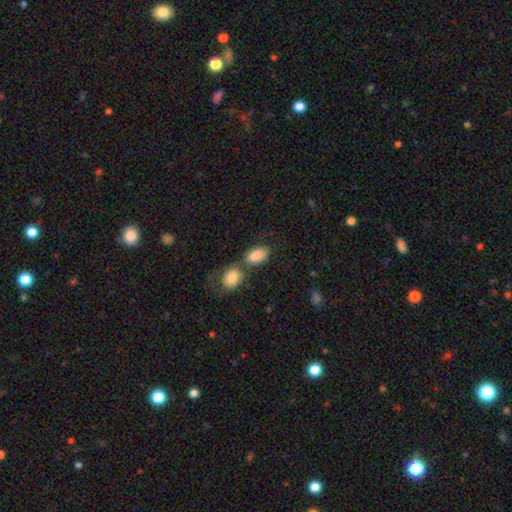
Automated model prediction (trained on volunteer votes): Smooth or featured?
  - smooth: 85% *
  - featured or disk: 8%
  - star or artifact: 7%
How rounded?
  - in between: 91% *
  - round: 7%
  - cigar-shaped: 2%
Merging?
  - merger: 41% *
  - none: 40%
  - minor disturbance: 13%
  - major disturbance: 6%